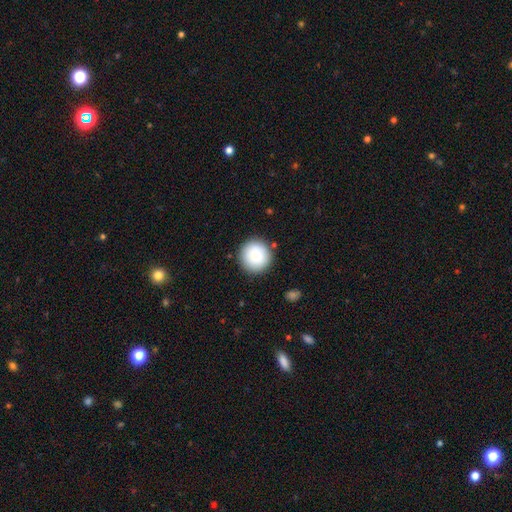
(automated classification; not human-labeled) A smooth galaxy with no disk features (85%) that is round (95%).

Vote fractions:
- Smooth or featured? smooth: 85% / star or artifact: 8% / featured or disk: 7%
- How rounded? round: 95% / in between: 4% / cigar-shaped: 1%
- Merging? none: 89% / minor disturbance: 7% / major disturbance: 2% / merger: 2%